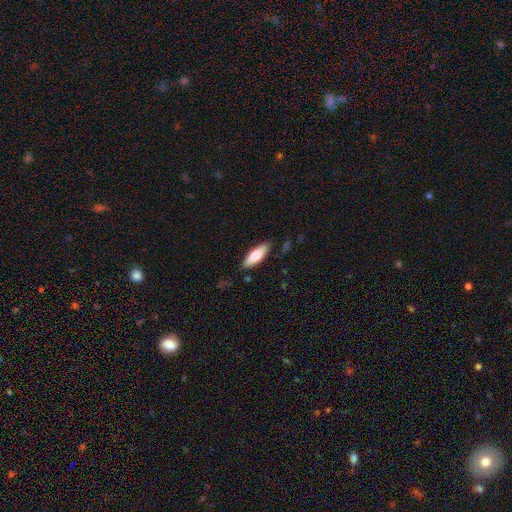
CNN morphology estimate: This appears to be a smooth galaxy with no disk features (79%) that is in between round and cigar-shaped (63%). Merging: none (84%).